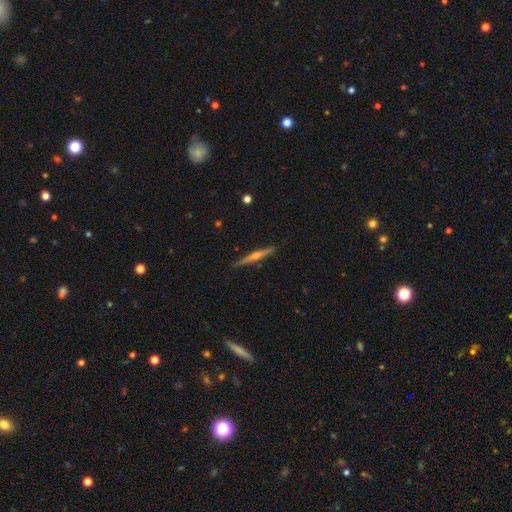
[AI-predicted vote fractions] This is likely a featured or disk galaxy (73%). It is clearly viewed edge-on (98%). Edge-on bulge: clearly rounded (82%). Merging: clearly none (90%).